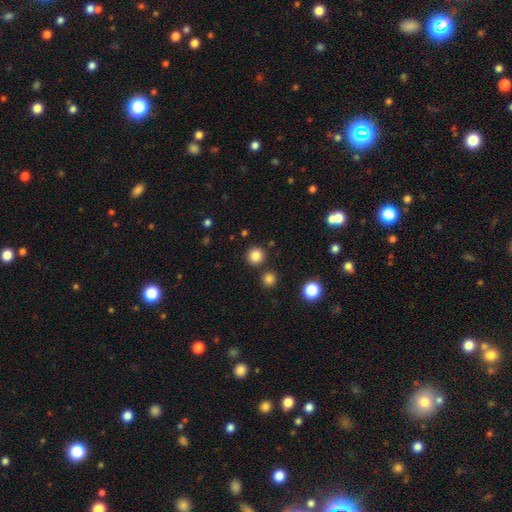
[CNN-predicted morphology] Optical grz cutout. It shows a smooth galaxy with no disk features (84%) that is round (95%). Merging: none (88%).